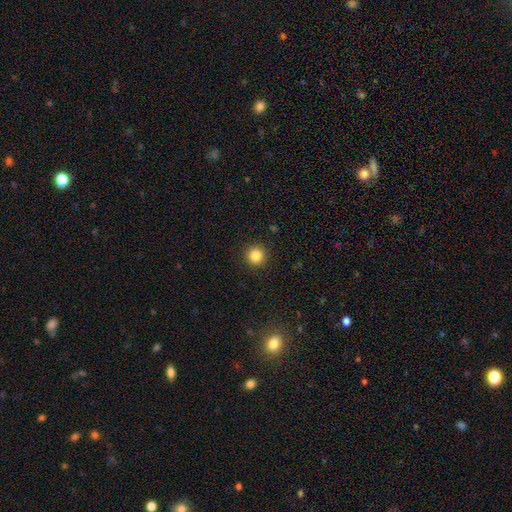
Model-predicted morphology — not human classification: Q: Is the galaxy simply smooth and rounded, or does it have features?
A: smooth — 84%.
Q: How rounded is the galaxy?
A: round — 94%.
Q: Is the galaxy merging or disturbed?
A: none — 92%.